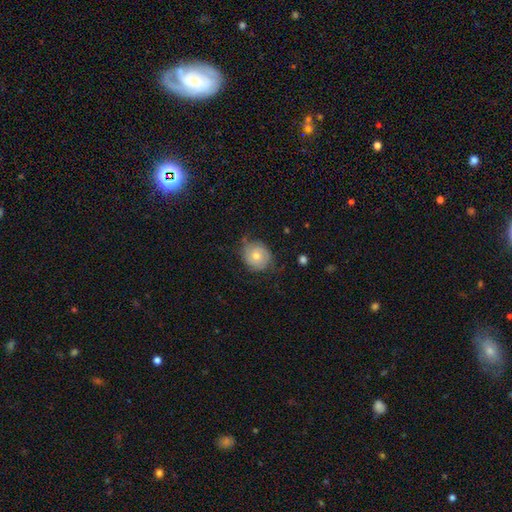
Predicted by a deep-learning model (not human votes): Smooth or featured?
  - featured or disk: 49% *
  - smooth: 43%
  - star or artifact: 8%
Merging?
  - none: 65% *
  - minor disturbance: 25%
  - major disturbance: 8%
  - merger: 1%